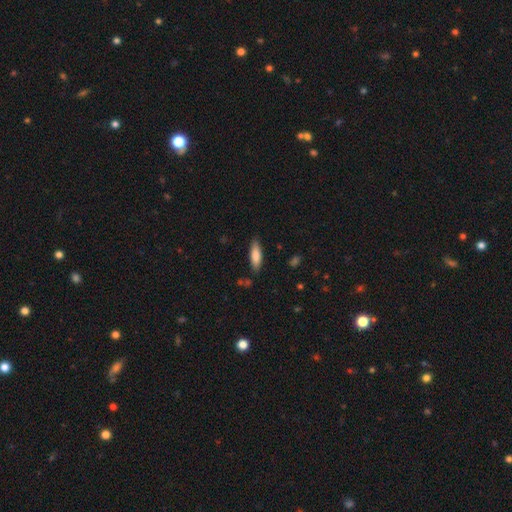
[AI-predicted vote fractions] smooth 81%, featured or disk 13%, star or artifact 6%. Down the decision tree: how rounded — cigar-shaped (53%); merging — none (83%).